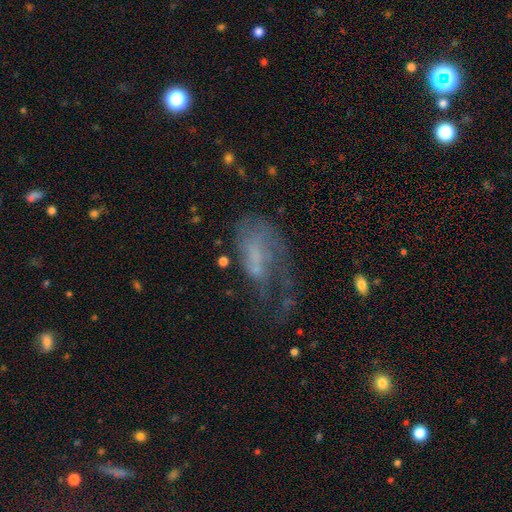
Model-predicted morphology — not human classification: type=featured or disk (59%); edge-on=no (95%); bar=no (65%); spiral arms=yes (60%); bulge=none (50%); merging=major disturbance (50%).